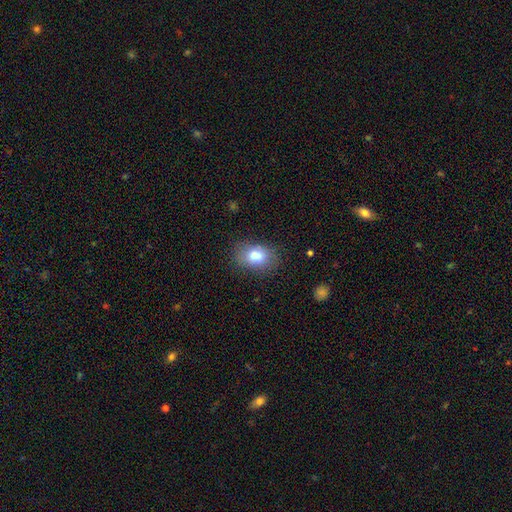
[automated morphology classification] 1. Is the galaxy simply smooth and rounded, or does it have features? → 82% smooth, 10% featured or disk, 8% star or artifact.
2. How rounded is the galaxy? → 82% in between, 17% round, 1% cigar-shaped.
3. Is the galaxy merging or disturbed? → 73% none, 19% minor disturbance, 6% major disturbance, 2% merger.